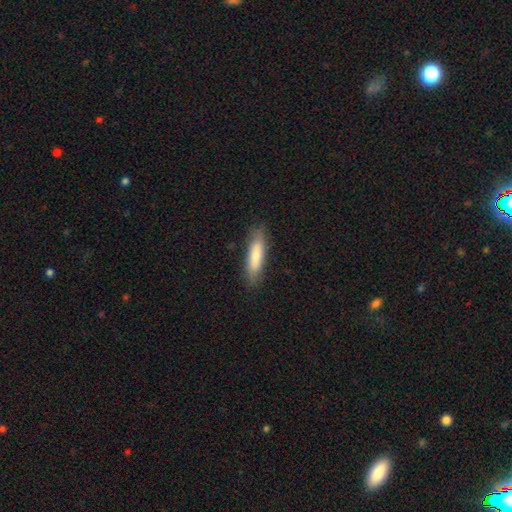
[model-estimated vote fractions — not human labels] The model was most divided on "how rounded": cigar-shaped: 68%, in between: 30%, round: 1%. More confident: merging — none (84%); smooth or featured — smooth (80%).